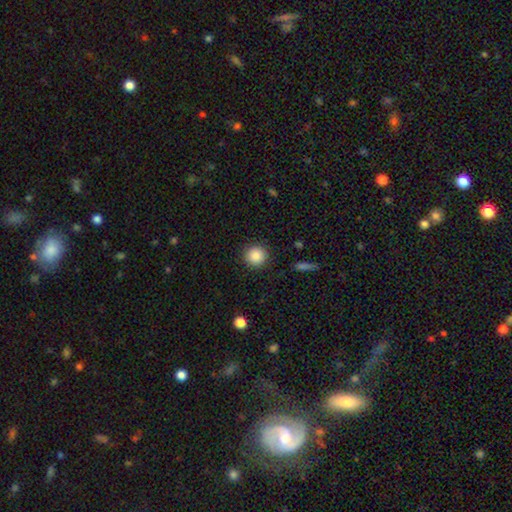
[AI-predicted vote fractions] Smooth or featured? Predicted: smooth (p=0.87). How rounded? Predicted: round (p=0.94). Merging? Predicted: none (p=0.91).